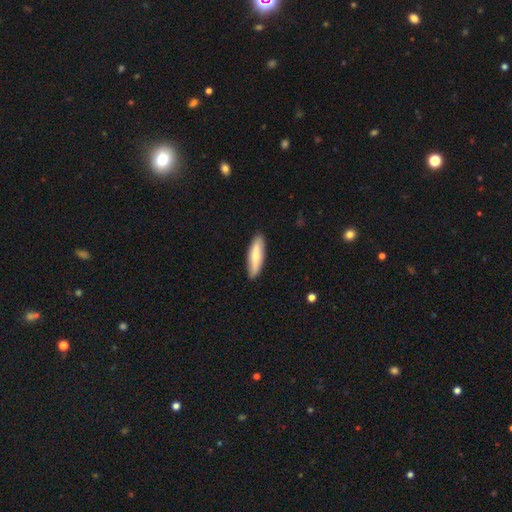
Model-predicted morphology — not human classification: type=smooth (67%); roundness=cigar-shaped (60%); merging=none (88%).